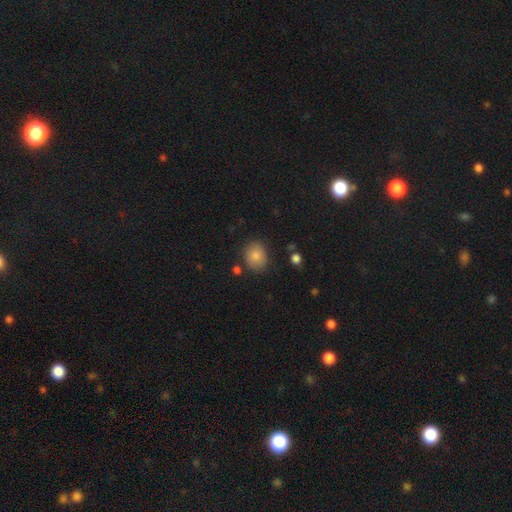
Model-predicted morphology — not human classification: smooth 84%, star or artifact 9%, featured or disk 7%. Down the decision tree: how rounded — round (60%); merging — none (80%).